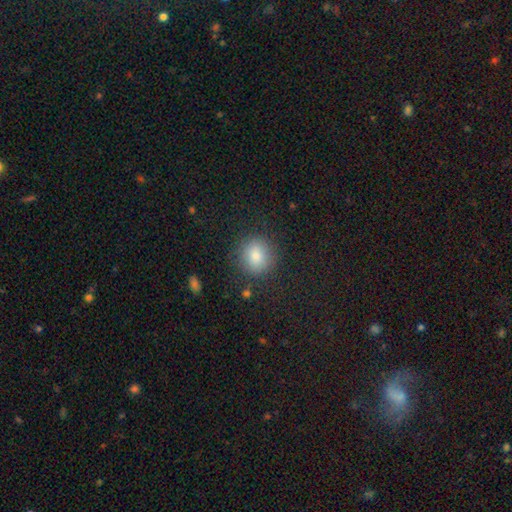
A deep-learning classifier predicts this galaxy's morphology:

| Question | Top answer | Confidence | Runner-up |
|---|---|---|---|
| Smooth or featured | smooth | 83% | star or artifact (11%) |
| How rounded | round | 82% | in between (17%) |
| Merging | none | 85% | minor disturbance (10%) |